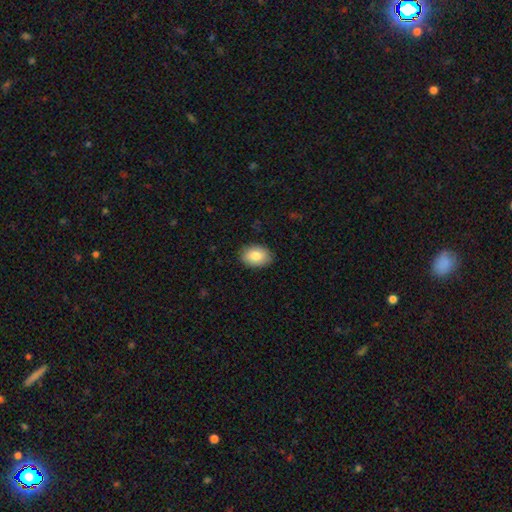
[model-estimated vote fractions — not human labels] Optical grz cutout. It shows a smooth galaxy with no disk features (84%) that is in between round and cigar-shaped (80%). Merging: none (87%).